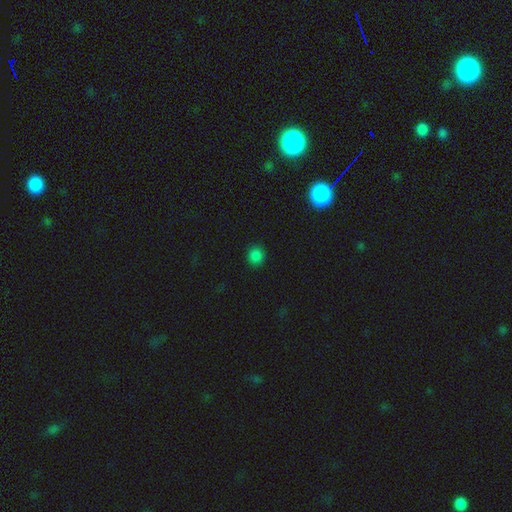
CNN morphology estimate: A smooth galaxy with no disk features (84%) that is round (88%). Merging: none (91%).